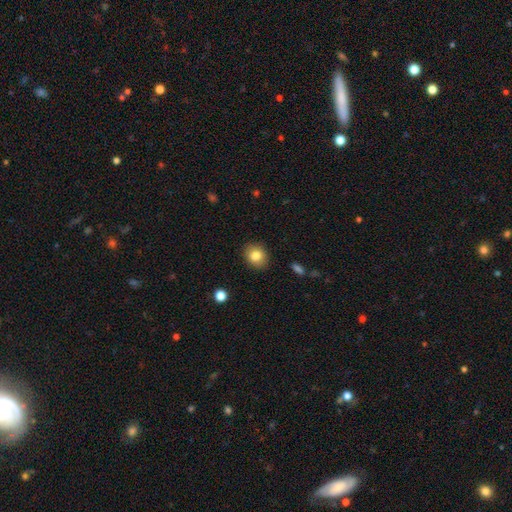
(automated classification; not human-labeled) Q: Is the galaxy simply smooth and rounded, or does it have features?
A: smooth — 83%.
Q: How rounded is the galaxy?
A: round — 61%.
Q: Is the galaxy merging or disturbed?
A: none — 89%.